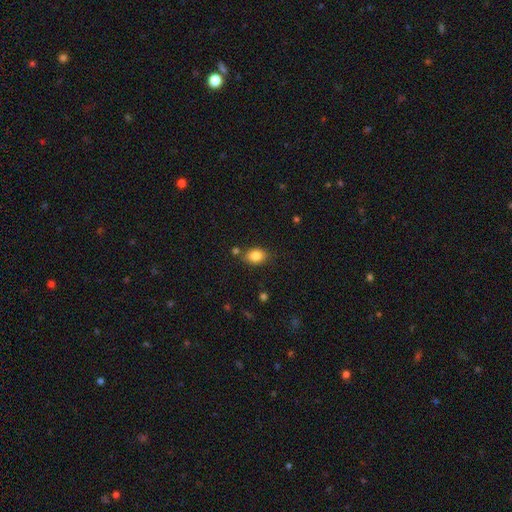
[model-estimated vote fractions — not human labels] A smooth galaxy with no disk features (85%) that is in between round and cigar-shaped (74%).

Vote fractions:
- Smooth or featured? smooth: 85% / star or artifact: 9% / featured or disk: 7%
- How rounded? in between: 74% / round: 25% / cigar-shaped: 1%
- Merging? none: 77% / minor disturbance: 13% / merger: 7% / major disturbance: 3%